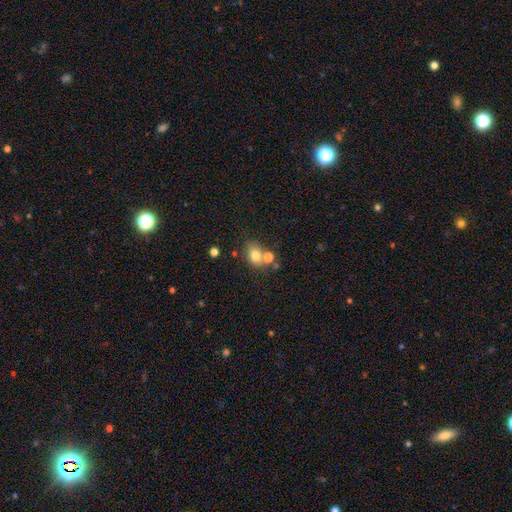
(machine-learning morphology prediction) The model was most divided on "how rounded": in between: 60%, round: 39%, cigar-shaped: 1%. More confident: smooth or featured — smooth (77%); merging — none (54%).